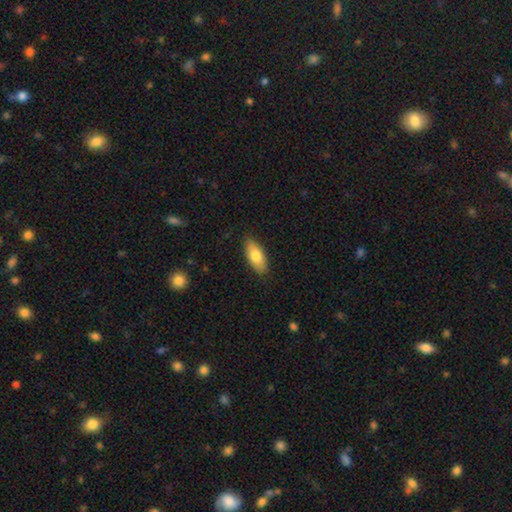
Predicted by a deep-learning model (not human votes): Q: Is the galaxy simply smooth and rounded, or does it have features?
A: smooth — 78%.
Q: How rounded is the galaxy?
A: in between — 86%.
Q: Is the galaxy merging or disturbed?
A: none — 86%.